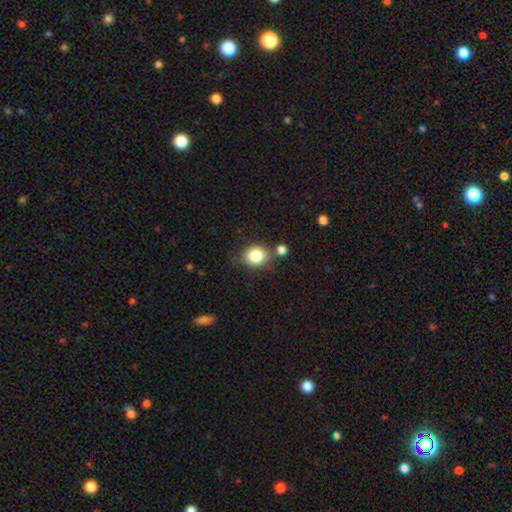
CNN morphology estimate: A smooth galaxy with no disk features (82%) that is round (70%).

Vote fractions:
- Smooth or featured? smooth: 82% / star or artifact: 10% / featured or disk: 8%
- How rounded? round: 70% / in between: 29% / cigar-shaped: 1%
- Merging? none: 66% / minor disturbance: 15% / merger: 15% / major disturbance: 5%